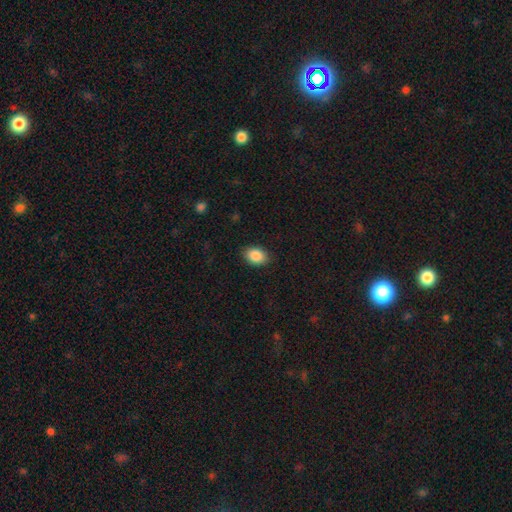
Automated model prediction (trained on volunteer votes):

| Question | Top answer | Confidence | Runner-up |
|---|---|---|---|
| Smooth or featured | smooth | 88% | star or artifact (8%) |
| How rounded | in between | 74% | round (25%) |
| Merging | none | 86% | minor disturbance (10%) |